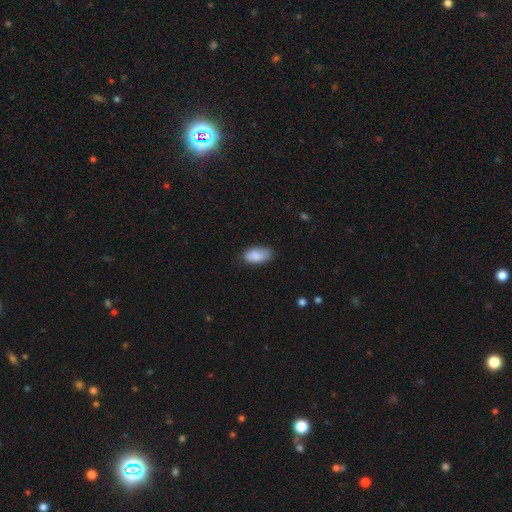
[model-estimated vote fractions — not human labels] Morphology: type=smooth (87%); roundness=in between (93%); merging=none (71%).